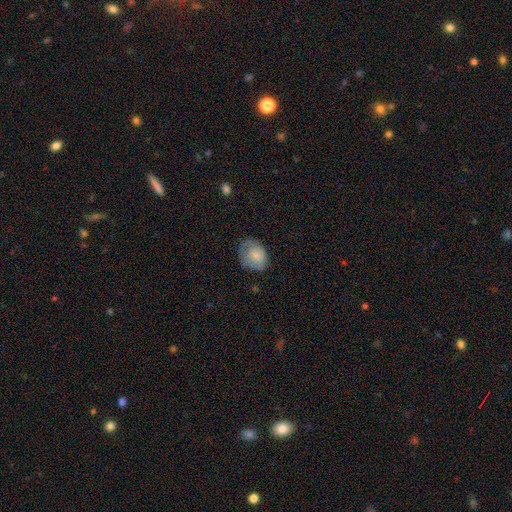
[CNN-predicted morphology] This is likely a smooth galaxy (73%). How rounded: possibly in between (58%). Merging: possibly none (53%).